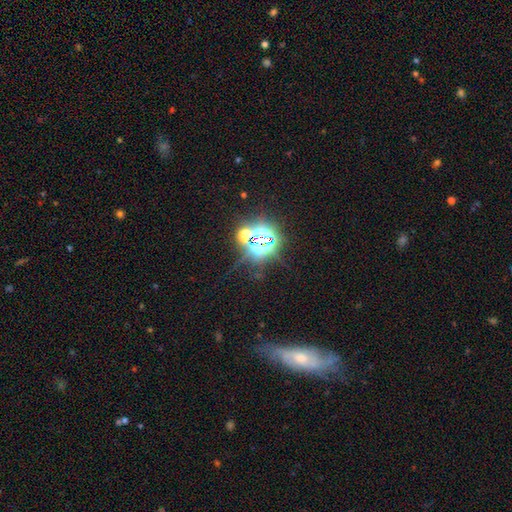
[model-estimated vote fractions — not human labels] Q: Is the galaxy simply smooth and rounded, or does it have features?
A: star or artifact — 63%.